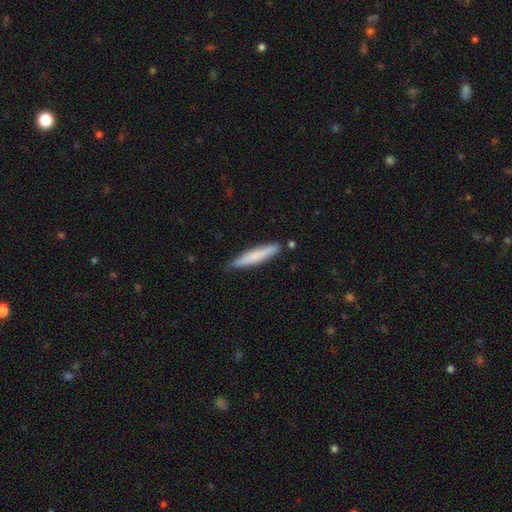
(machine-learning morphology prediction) smooth-or-featured: smooth: 74% | featured or disk: 21% | star or artifact: 6%
  how-rounded: cigar-shaped: 91% | in between: 7% | round: 1%
  merging: none: 85% | minor disturbance: 11% | merger: 2% | major disturbance: 2%